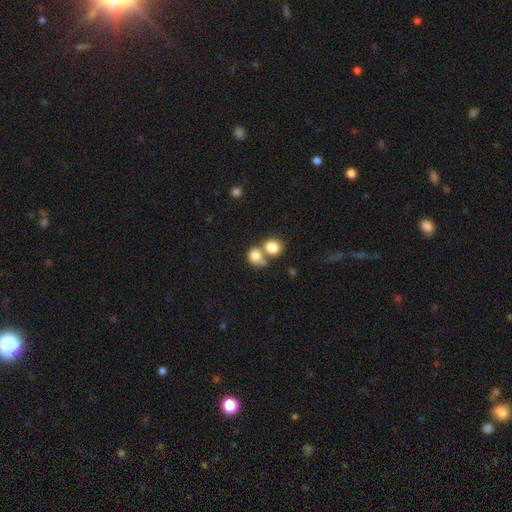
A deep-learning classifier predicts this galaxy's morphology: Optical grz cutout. It shows a smooth galaxy with no disk features (81%) that is round (65%). Merging: merger (57%).